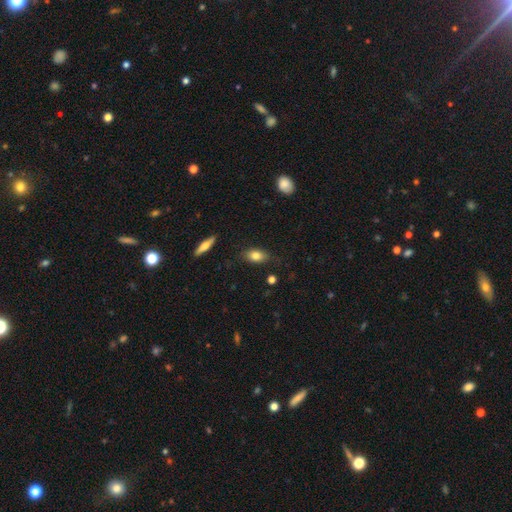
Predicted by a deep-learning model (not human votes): A smooth galaxy with no disk features (79%) that is in between round and cigar-shaped (83%). Merging: none (77%).